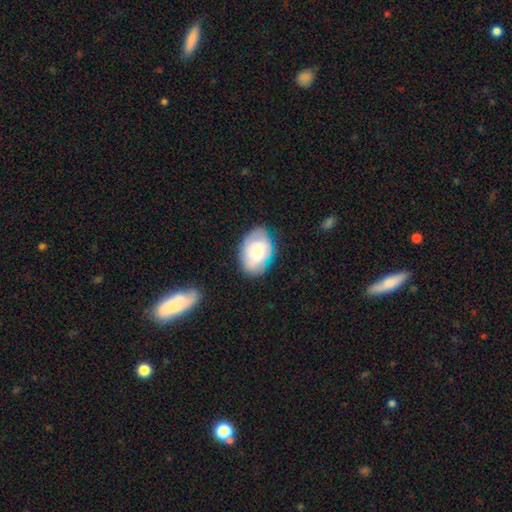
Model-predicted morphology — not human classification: smooth_or_featured: smooth (p=0.48) [alt: featured or disk p=0.43]
merging: none (p=0.72) [alt: minor disturbance p=0.20]